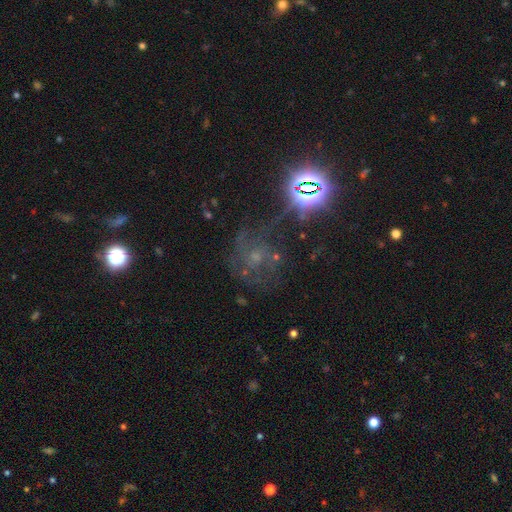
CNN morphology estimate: smooth_or_featured: star or artifact (p=0.42) [alt: featured or disk p=0.38]